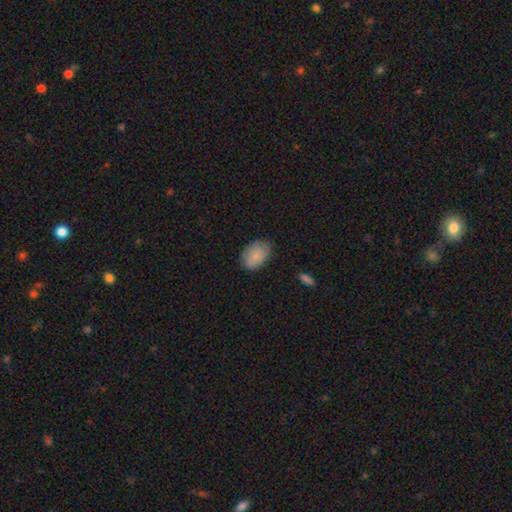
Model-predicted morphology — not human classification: The model was most divided on "merging": none: 80%, minor disturbance: 16%, major disturbance: 3%, merger: 1%. More confident: smooth or featured — smooth (85%); how rounded — in between (85%).